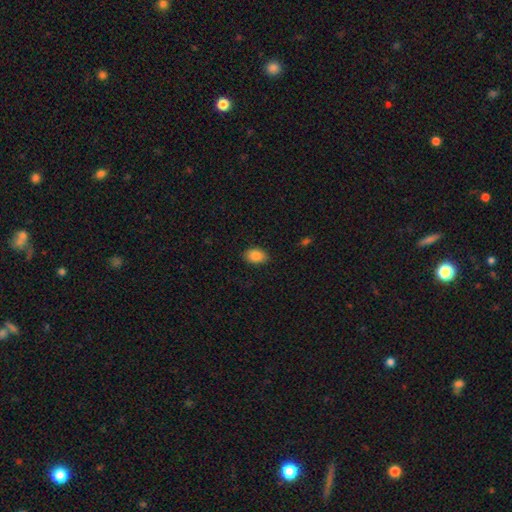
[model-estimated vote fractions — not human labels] Q: Smooth or featured?
A: smooth (87%); runner-up: star or artifact (8%)
Q: How rounded?
A: in between (83%); runner-up: round (16%)
Q: Merging?
A: none (87%); runner-up: minor disturbance (10%)